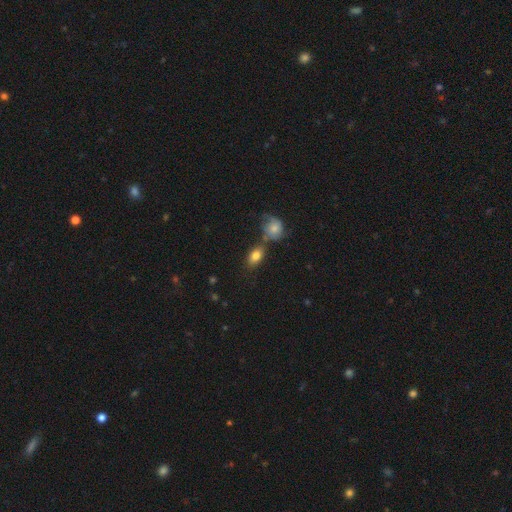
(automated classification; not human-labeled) Q: Smooth or featured?
A: smooth (81%); runner-up: featured or disk (11%)
Q: How rounded?
A: in between (84%); runner-up: round (13%)
Q: Merging?
A: none (57%); runner-up: merger (22%)